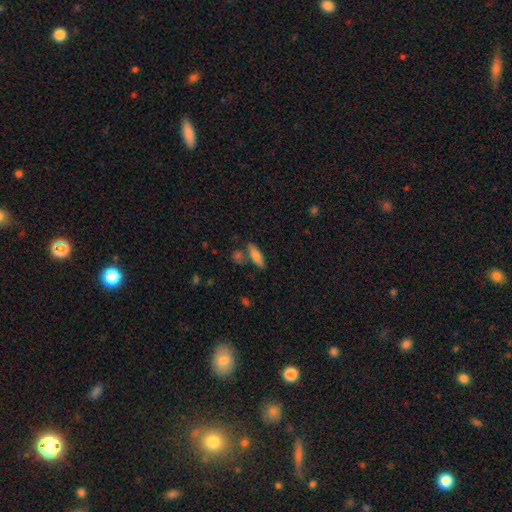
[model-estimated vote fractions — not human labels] Smooth or featured? smooth (75%)
How rounded? in between (53%)
Merging? none (68%)